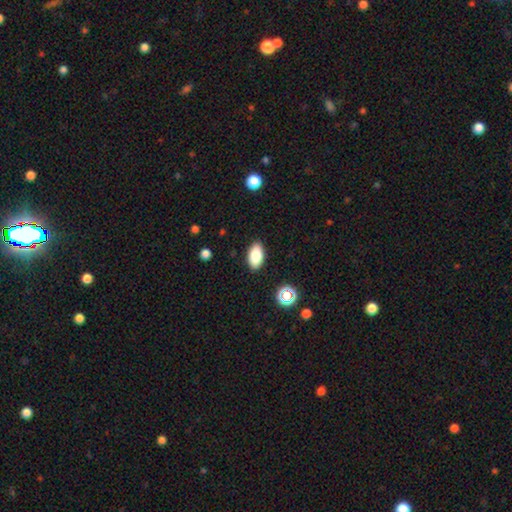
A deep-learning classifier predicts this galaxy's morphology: smooth_or_featured: smooth (p=0.83) [alt: star or artifact p=0.09]
how_rounded: in between (p=0.93) [alt: round p=0.04]
merging: none (p=0.88) [alt: minor disturbance p=0.08]